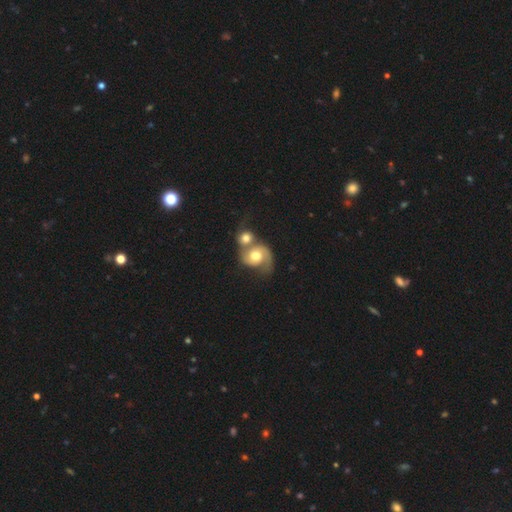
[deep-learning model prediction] Smooth or featured? Predicted: featured or disk (p=0.70). Edge-on disk? Predicted: no (p=0.98). Bar? Predicted: no (p=0.72). Spiral arms? Predicted: yes (p=0.90). Spiral winding? Predicted: medium (p=0.46). Spiral arm count? Predicted: 2 (p=0.71). Bulge size? Predicted: moderate (p=0.65). Merging? Predicted: merger (p=0.65).